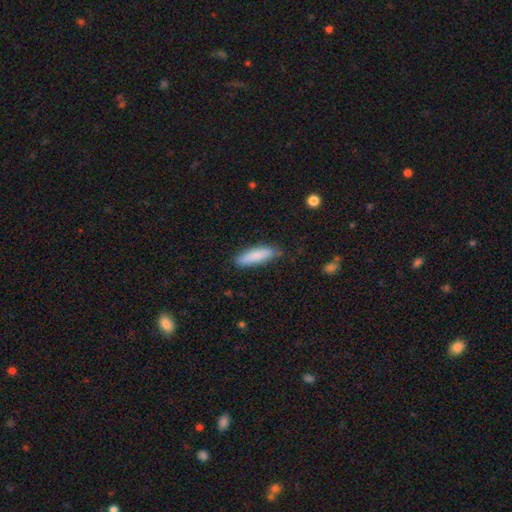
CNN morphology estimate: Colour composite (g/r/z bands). It shows a smooth galaxy with no disk features (86%) that is cigar-shaped (70%). Merging: none (84%).